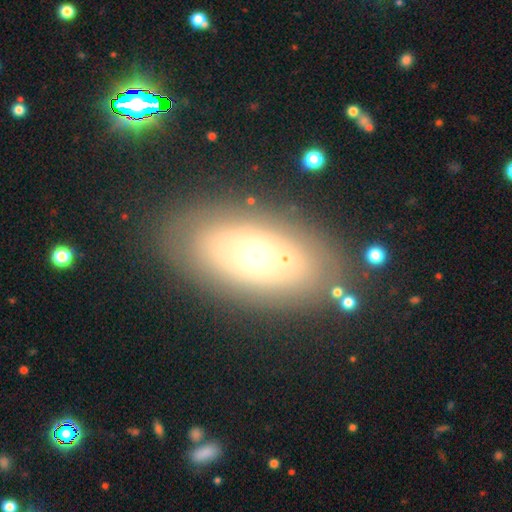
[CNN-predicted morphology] smooth_or_featured: featured or disk (p=0.46) [alt: smooth p=0.43]
merging: none (p=0.78) [alt: minor disturbance p=0.12]